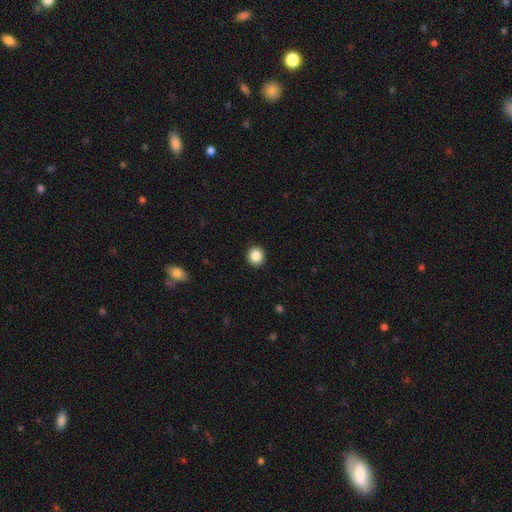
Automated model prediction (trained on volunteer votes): Smooth or featured: smooth — 87% (star or artifact — 9%)
How rounded: round — 88% (in between — 11%)
Merging: none — 92% (minor disturbance — 5%)